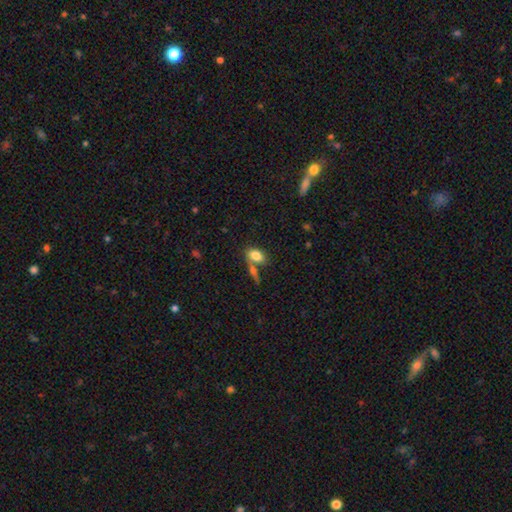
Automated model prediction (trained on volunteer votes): A smooth galaxy with no disk features (82%) that is in between round and cigar-shaped (86%). Merging: none (50%).